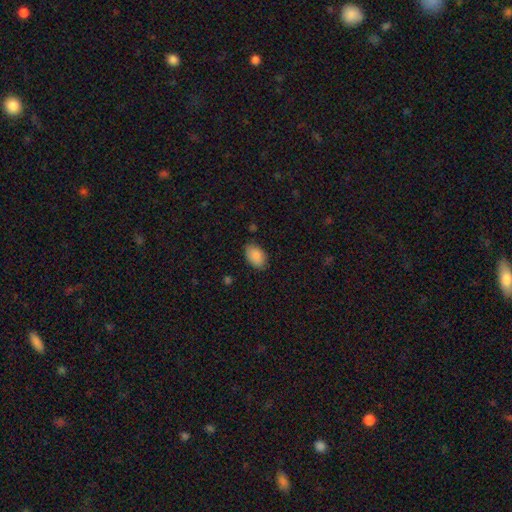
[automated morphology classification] smooth_or_featured: smooth (p=0.89) [alt: star or artifact p=0.07]
how_rounded: in between (p=0.90) [alt: round p=0.09]
merging: none (p=0.82) [alt: minor disturbance p=0.14]